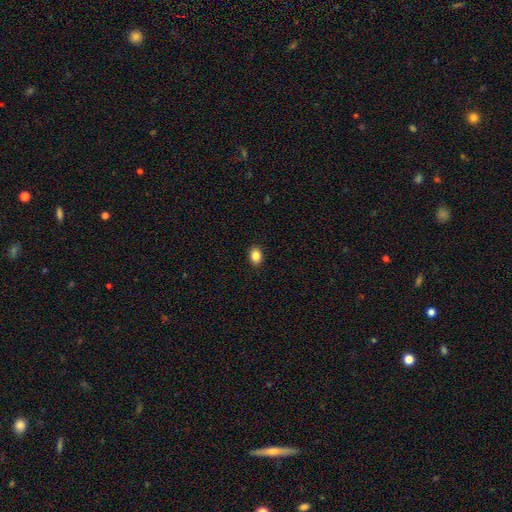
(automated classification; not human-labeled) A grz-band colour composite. It shows a smooth galaxy with no disk features (86%) that is in between round and cigar-shaped (68%). Merging: none (91%).